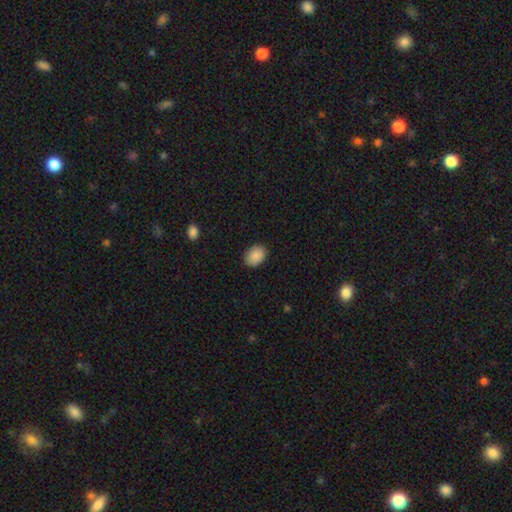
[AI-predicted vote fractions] Smooth or featured: smooth — 89% (star or artifact — 7%)
How rounded: in between — 74% (round — 25%)
Merging: none — 88% (minor disturbance — 9%)